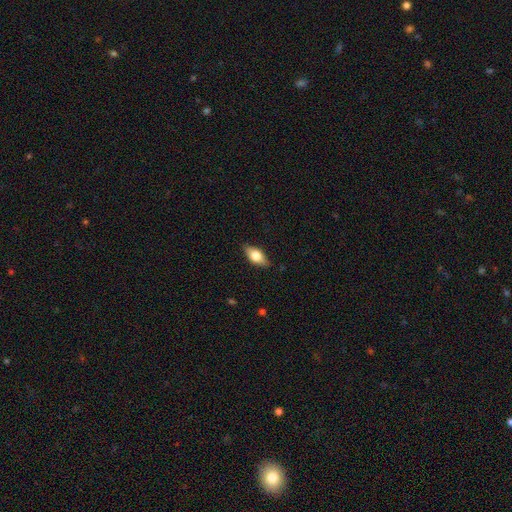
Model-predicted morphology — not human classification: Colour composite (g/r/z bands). It shows a smooth galaxy with no disk features (65%) that is in between round and cigar-shaped (84%). Merging: none (85%).